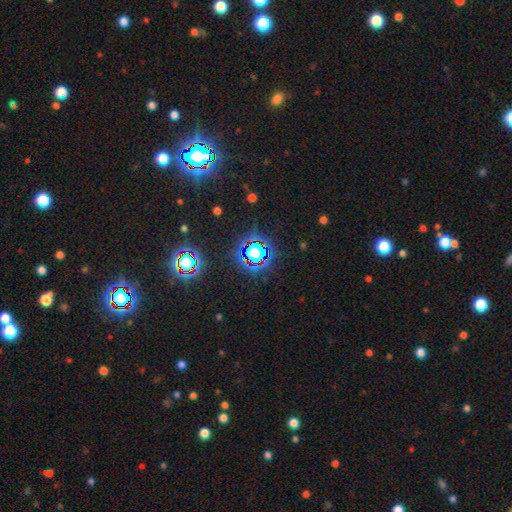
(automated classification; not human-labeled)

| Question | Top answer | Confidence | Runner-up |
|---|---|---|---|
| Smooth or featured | star or artifact | 69% | smooth (21%) |